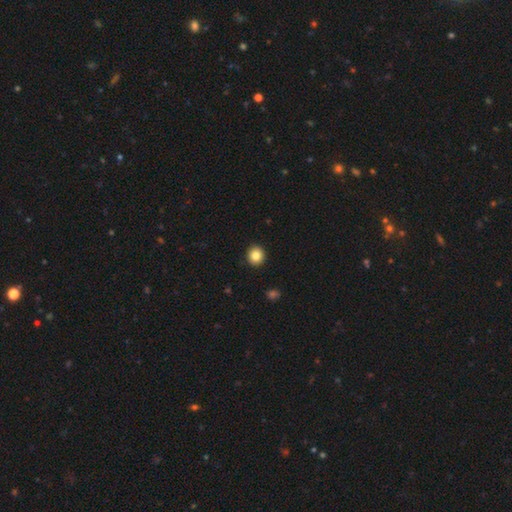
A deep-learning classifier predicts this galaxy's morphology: A smooth galaxy with no disk features (84%) that is round (90%).

Vote fractions:
- Smooth or featured? smooth: 84% / star or artifact: 10% / featured or disk: 6%
- How rounded? round: 90% / in between: 9% / cigar-shaped: 1%
- Merging? none: 93% / minor disturbance: 5% / major disturbance: 1% / merger: 1%